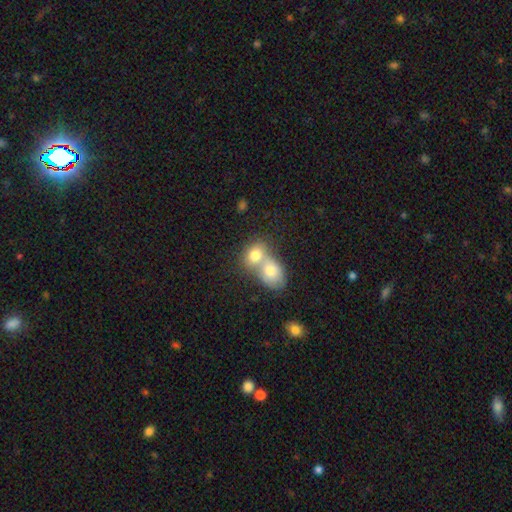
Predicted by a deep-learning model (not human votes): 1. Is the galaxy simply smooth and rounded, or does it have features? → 75% smooth, 16% featured or disk, 9% star or artifact.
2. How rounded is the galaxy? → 55% in between, 43% round, 1% cigar-shaped.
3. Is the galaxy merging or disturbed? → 69% merger, 22% none, 6% minor disturbance, 3% major disturbance.